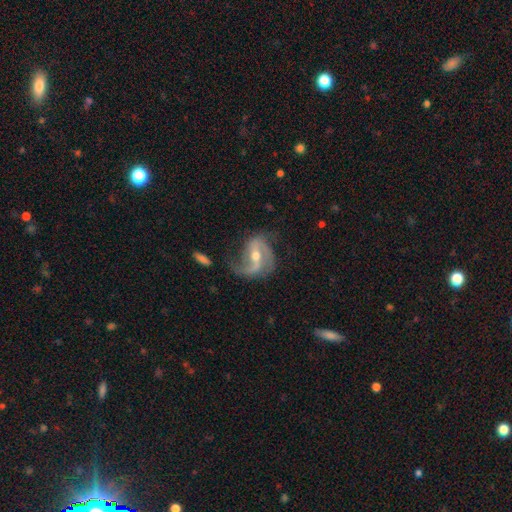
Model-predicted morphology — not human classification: Smooth or featured? Predicted: featured or disk (p=0.87). Edge-on disk? Predicted: no (p=0.97). Bar? Predicted: weak (p=0.42). Spiral arms? Predicted: yes (p=0.96). Spiral winding? Predicted: loose (p=0.53). Spiral arm count? Predicted: 2 (p=0.76). Bulge size? Predicted: moderate (p=0.61). Merging? Predicted: none (p=0.59).